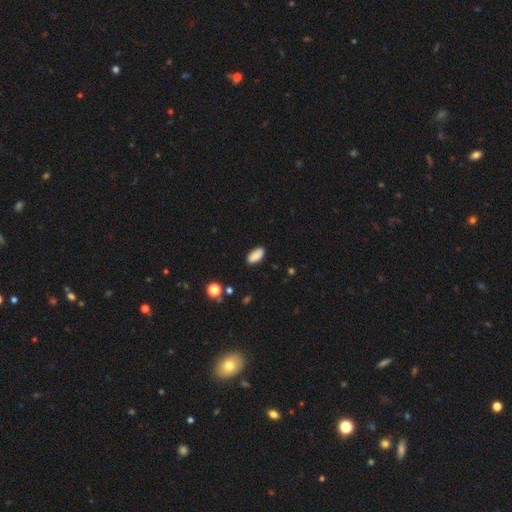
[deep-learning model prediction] Morphology: type=smooth (88%); roundness=in between (92%); merging=none (85%).